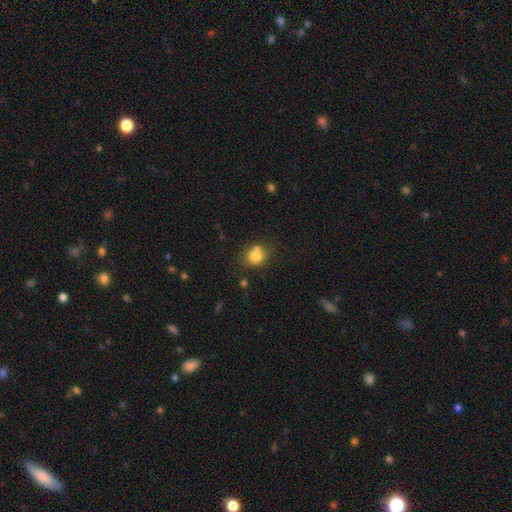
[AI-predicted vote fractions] A smooth galaxy with no disk features (80%) that is round (74%).

Vote fractions:
- Smooth or featured? smooth: 80% / star or artifact: 11% / featured or disk: 9%
- How rounded? round: 74% / in between: 25% / cigar-shaped: 1%
- Merging? none: 62% / merger: 19% / minor disturbance: 15% / major disturbance: 5%